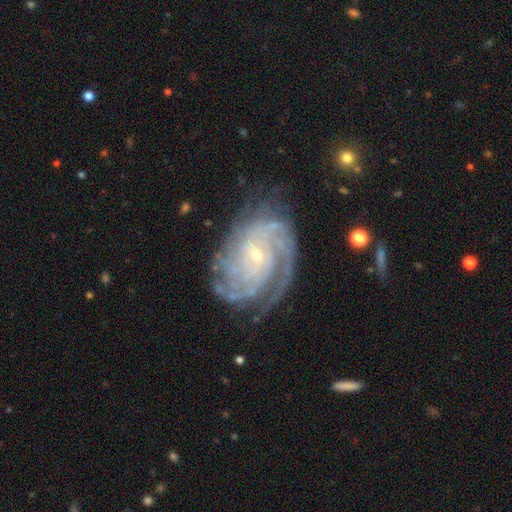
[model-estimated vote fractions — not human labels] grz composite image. It shows a featured or disk galaxy (89%) with no bar (67%), tight (68%) spiral arms (98%) and a small central bulge (82%). Merging: none (69%).